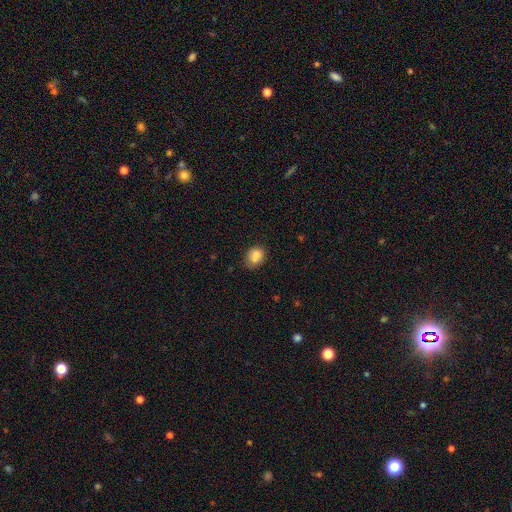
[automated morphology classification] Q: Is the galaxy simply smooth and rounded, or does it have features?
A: smooth — 81%.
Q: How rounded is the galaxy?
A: round — 56%.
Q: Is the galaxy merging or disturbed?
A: none — 58%.